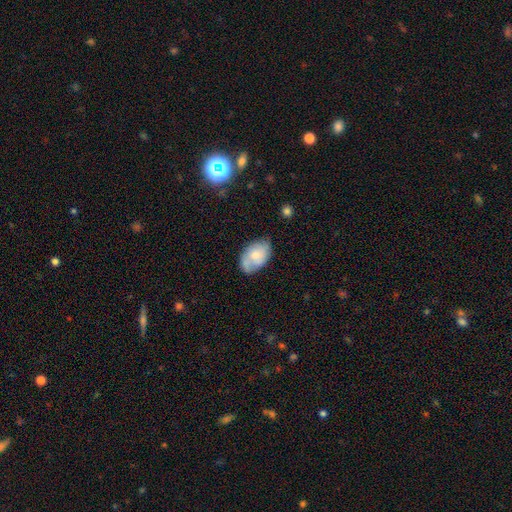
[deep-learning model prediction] smooth 63%, featured or disk 30%, star or artifact 7%. Down the decision tree: how rounded — in between (89%); merging — none (58%).